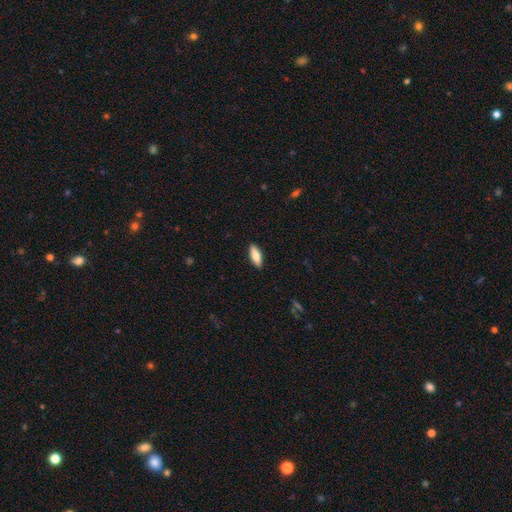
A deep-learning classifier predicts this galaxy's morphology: type=smooth (78%); roundness=in between (70%); merging=none (90%).